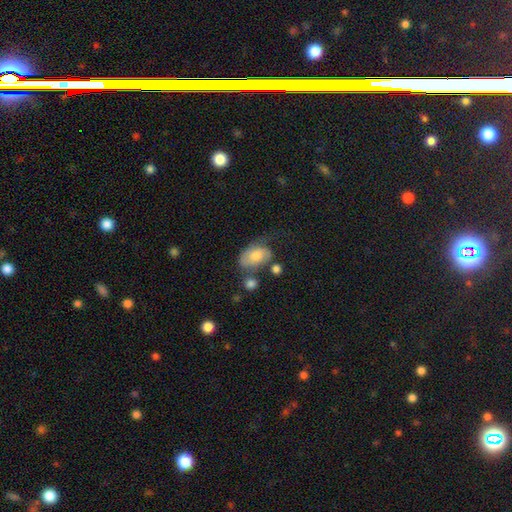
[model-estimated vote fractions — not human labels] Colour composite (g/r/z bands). It shows a smooth galaxy with no disk features (51%) that is in between round and cigar-shaped (86%). Merging: none (38%).